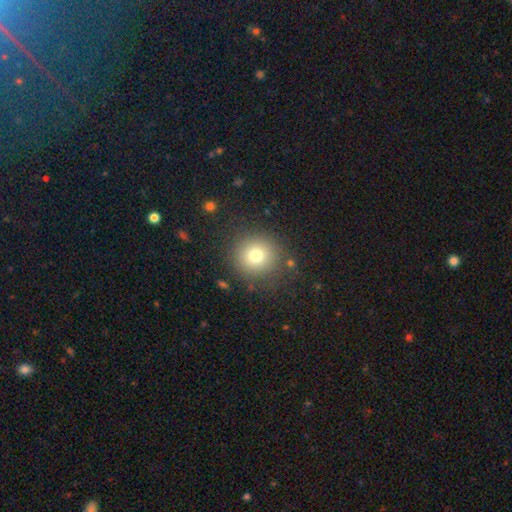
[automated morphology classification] smooth 76%, star or artifact 13%, featured or disk 11%. Down the decision tree: how rounded — round (91%); merging — none (85%).